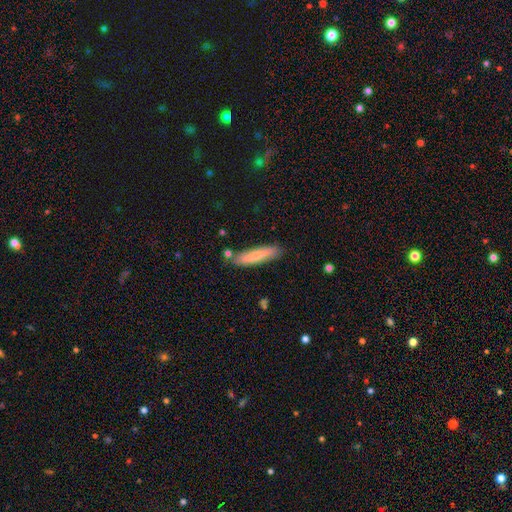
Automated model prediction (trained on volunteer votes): Smooth or featured: smooth — 70% (featured or disk — 24%)
How rounded: cigar-shaped — 85% (in between — 14%)
Merging: none — 82% (minor disturbance — 12%)